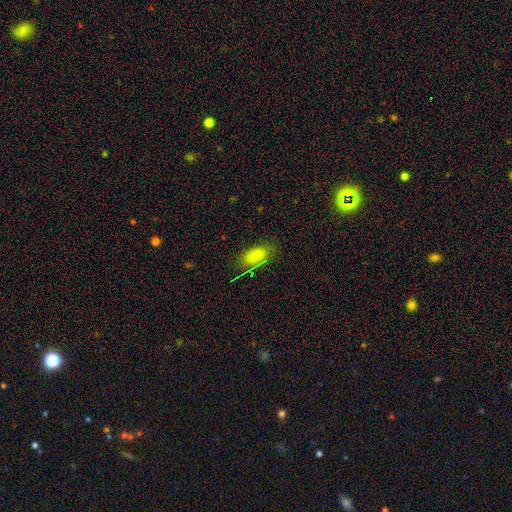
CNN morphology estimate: smooth_or_featured: smooth (p=0.81) [alt: star or artifact p=0.13]
how_rounded: in between (p=0.92) [alt: round p=0.05]
merging: none (p=0.75) [alt: minor disturbance p=0.18]